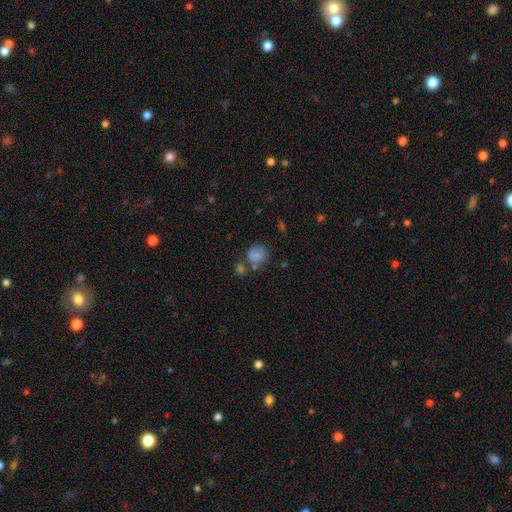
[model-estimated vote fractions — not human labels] Morphology: type=smooth (79%); roundness=round (74%); merging=none (54%).